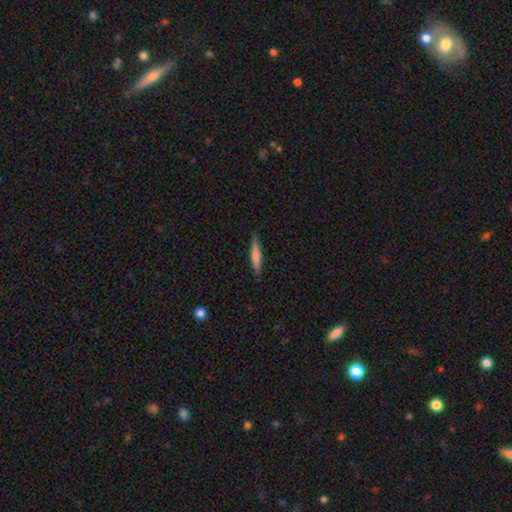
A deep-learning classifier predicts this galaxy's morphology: Smooth or featured?
  - smooth: 64% *
  - featured or disk: 30%
  - star or artifact: 6%
How rounded?
  - cigar-shaped: 91% *
  - in between: 8%
  - round: 2%
Merging?
  - none: 88% *
  - minor disturbance: 9%
  - major disturbance: 2%
  - merger: 1%